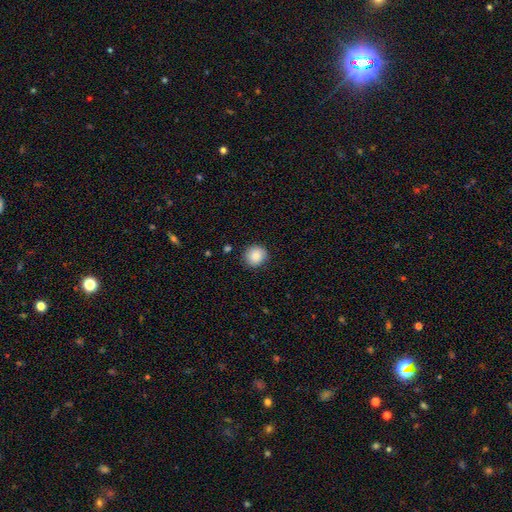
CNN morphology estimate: smooth 86%, star or artifact 8%, featured or disk 5%. Down the decision tree: how rounded — round (90%); merging — none (89%).